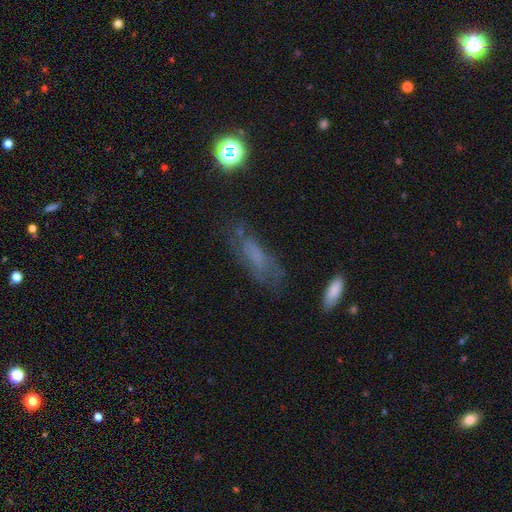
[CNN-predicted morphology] Smooth or featured?
  - smooth: 50% *
  - featured or disk: 34%
  - star or artifact: 16%
How rounded?
  - in between: 54% *
  - cigar-shaped: 42%
  - round: 4%
Merging?
  - none: 60% *
  - minor disturbance: 23%
  - major disturbance: 13%
  - merger: 3%